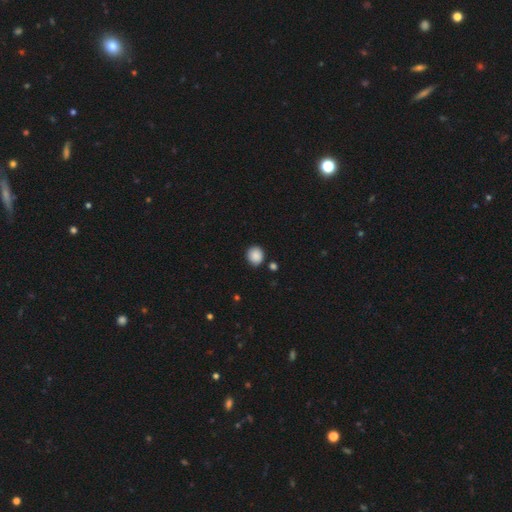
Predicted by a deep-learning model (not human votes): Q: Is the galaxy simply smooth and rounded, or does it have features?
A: smooth — 89%.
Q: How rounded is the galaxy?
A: round — 86%.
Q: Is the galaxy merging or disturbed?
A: none — 85%.